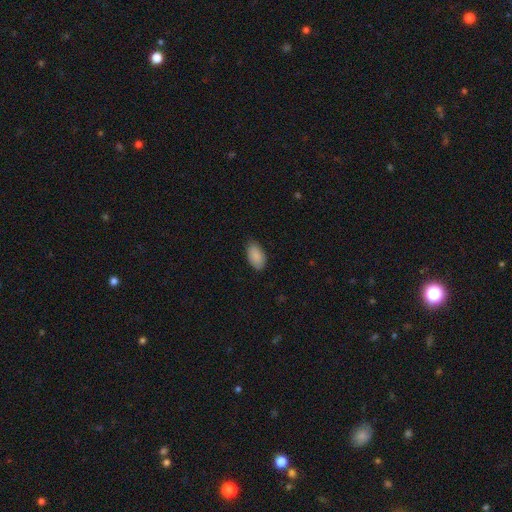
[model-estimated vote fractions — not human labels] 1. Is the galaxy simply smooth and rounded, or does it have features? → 88% smooth, 6% star or artifact, 6% featured or disk.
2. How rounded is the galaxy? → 95% in between, 3% round, 2% cigar-shaped.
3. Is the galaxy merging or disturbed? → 80% none, 17% minor disturbance, 3% major disturbance, 1% merger.